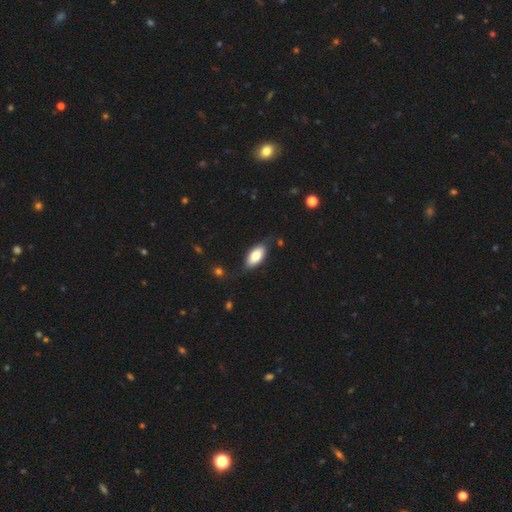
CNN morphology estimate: The model was most divided on "merging": none: 70%, minor disturbance: 22%, major disturbance: 6%, merger: 2%. More confident: how rounded — in between (90%); smooth or featured — smooth (75%).